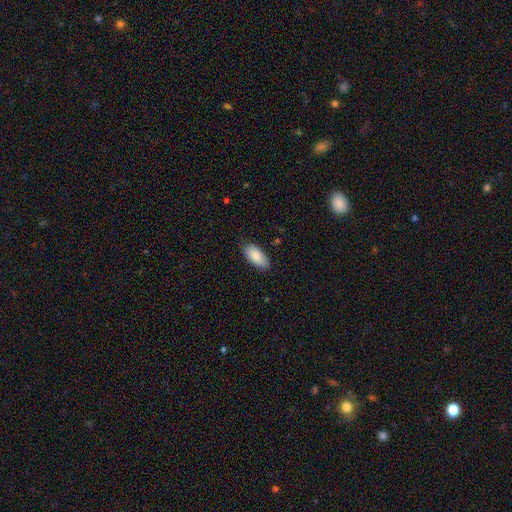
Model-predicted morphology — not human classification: Overall: smooth (88%). How rounded: in between (92%). Merging: none (84%).